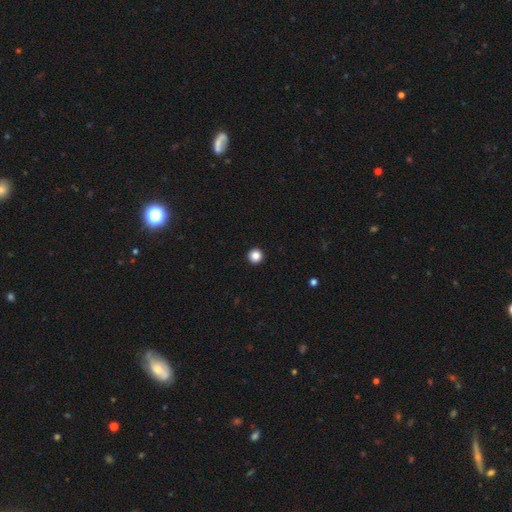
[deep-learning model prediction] Smooth or featured?
  - smooth: 85% *
  - star or artifact: 11%
  - featured or disk: 4%
How rounded?
  - round: 97% *
  - in between: 2%
  - cigar-shaped: 1%
Merging?
  - none: 95% *
  - minor disturbance: 3%
  - major disturbance: 1%
  - merger: 1%